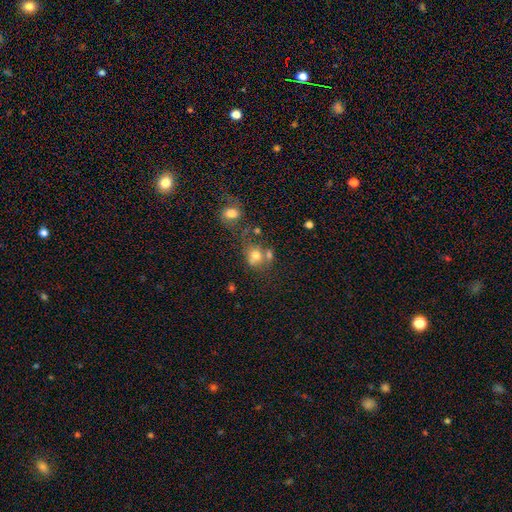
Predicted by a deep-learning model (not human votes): Smooth or featured: smooth — 70% (featured or disk — 16%)
How rounded: round — 64% (in between — 35%)
Merging: merger — 39% (none — 38%)